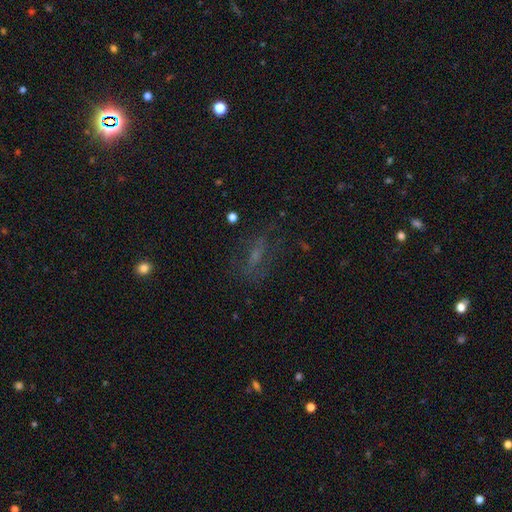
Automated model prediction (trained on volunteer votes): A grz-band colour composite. It shows a featured or disk galaxy (38%). Merging: none (61%).